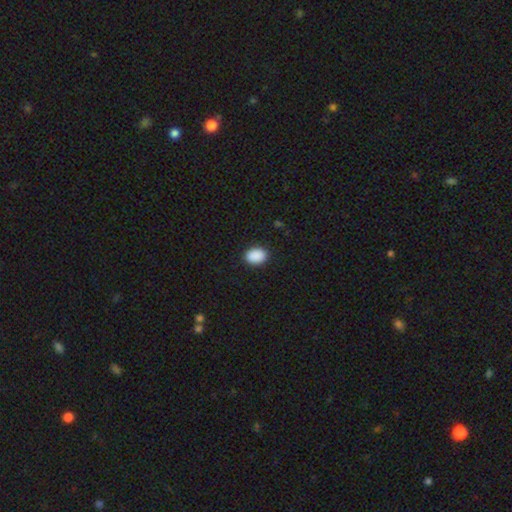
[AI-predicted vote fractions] smooth-or-featured: smooth: 91% | star or artifact: 7% | featured or disk: 2%
  how-rounded: in between: 76% | round: 23% | cigar-shaped: 1%
  merging: none: 90% | minor disturbance: 7% | major disturbance: 2% | merger: 1%